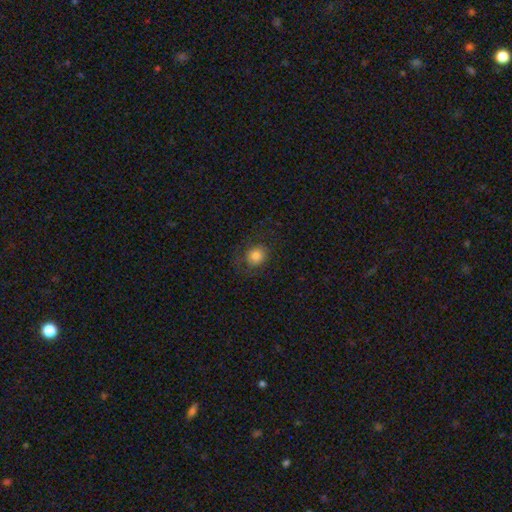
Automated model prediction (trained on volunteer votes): smooth_or_featured: smooth (p=0.75) [alt: featured or disk p=0.15]
how_rounded: round (p=0.74) [alt: in between p=0.25]
merging: none (p=0.68) [alt: minor disturbance p=0.17]